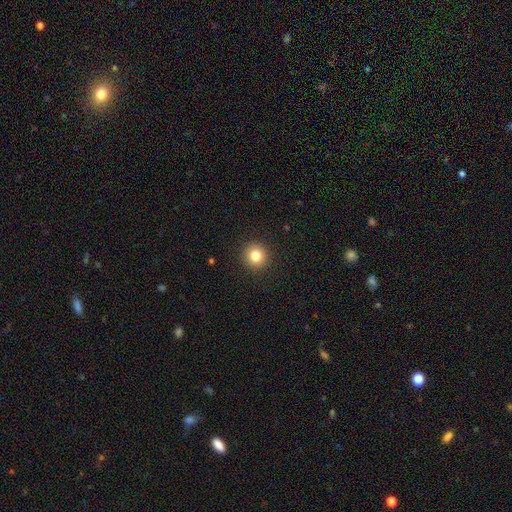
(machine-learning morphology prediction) smooth-or-featured: smooth: 82% | star or artifact: 11% | featured or disk: 7%
  how-rounded: round: 93% | in between: 6% | cigar-shaped: 1%
  merging: none: 92% | minor disturbance: 5% | major disturbance: 2% | merger: 1%